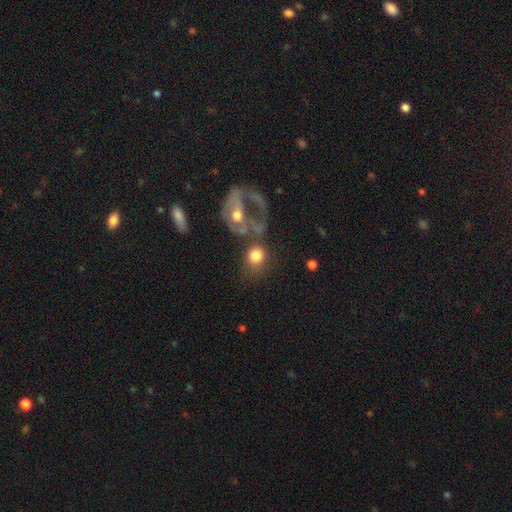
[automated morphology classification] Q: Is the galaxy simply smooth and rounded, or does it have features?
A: smooth — 71%.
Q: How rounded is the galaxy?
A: round — 72%.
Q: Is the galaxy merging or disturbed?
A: merger — 37%.